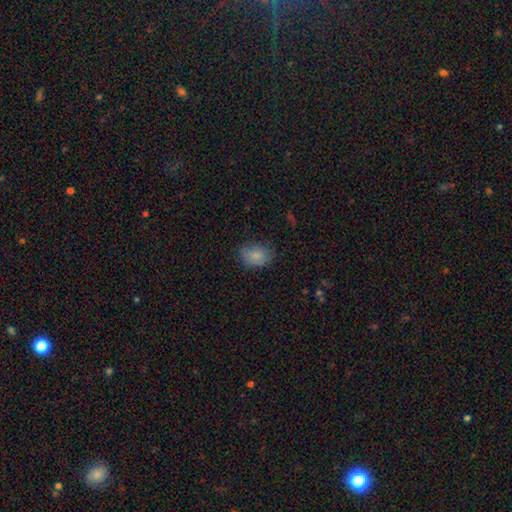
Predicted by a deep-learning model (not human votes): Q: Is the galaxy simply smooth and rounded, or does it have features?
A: smooth — 83%.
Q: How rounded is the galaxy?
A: in between — 68%.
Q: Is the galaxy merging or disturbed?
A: none — 70%.